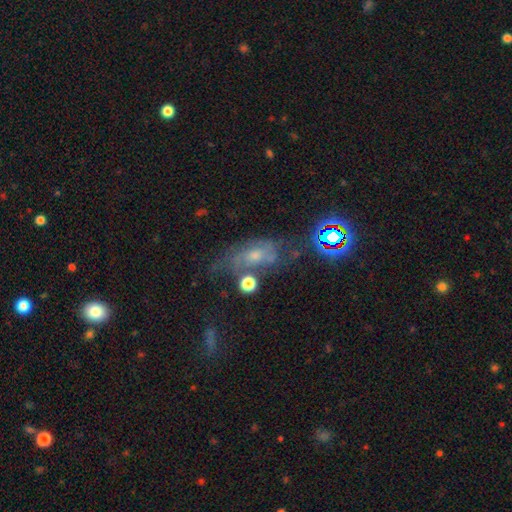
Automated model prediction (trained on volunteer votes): Morphology: type=featured or disk (49%); merging=none (45%).